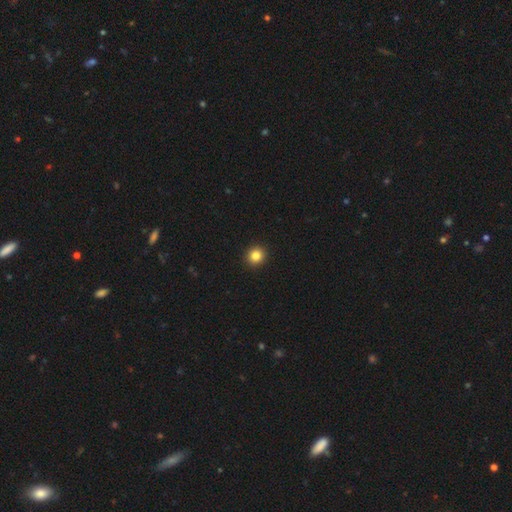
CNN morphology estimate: This is clearly a smooth galaxy (85%). How rounded: clearly round (90%). Merging: clearly none (93%).